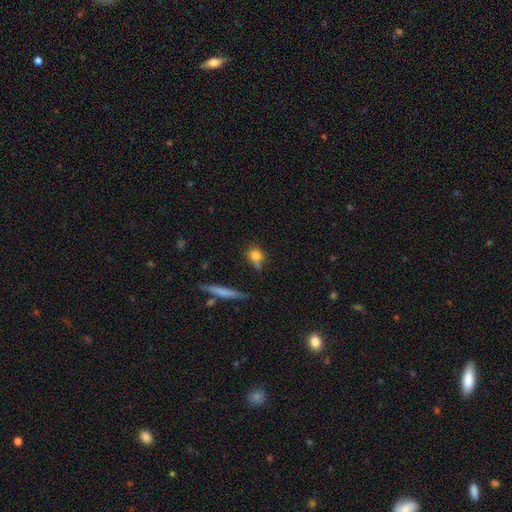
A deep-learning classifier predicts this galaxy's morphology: A smooth galaxy with no disk features (78%) that is round (53%). Merging: none (57%).